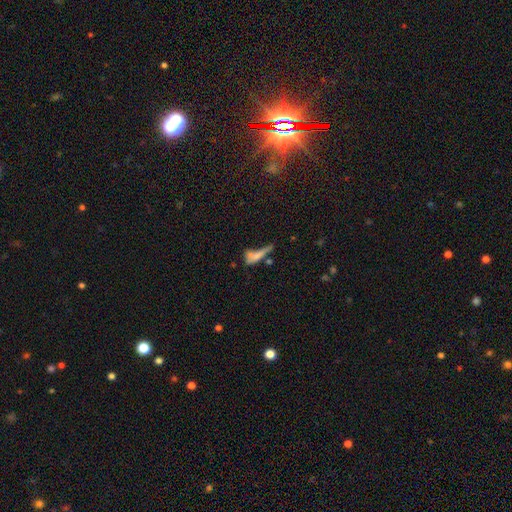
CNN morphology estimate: A smooth galaxy with no disk features (60%) that is cigar-shaped (57%).

Vote fractions:
- Smooth or featured? smooth: 60% / featured or disk: 26% / star or artifact: 14%
- How rounded? cigar-shaped: 57% / in between: 38% / round: 5%
- Merging? major disturbance: 29% / merger: 28% / none: 26% / minor disturbance: 18%